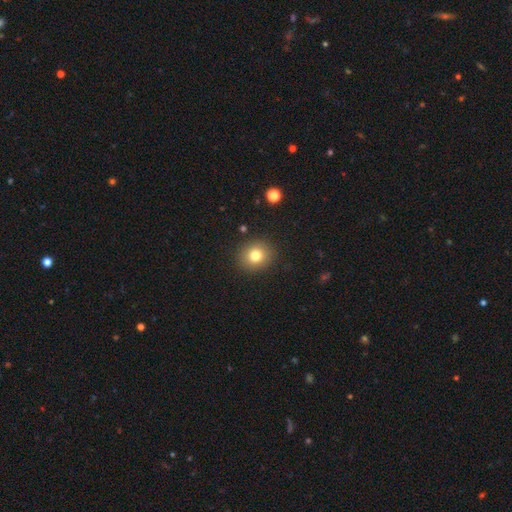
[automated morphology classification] type=smooth (79%); roundness=round (79%); merging=none (89%).